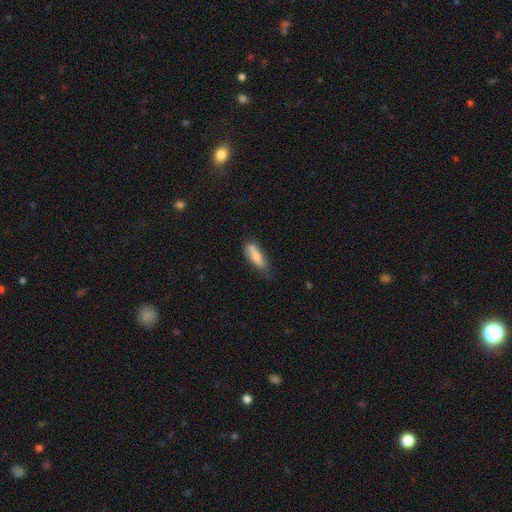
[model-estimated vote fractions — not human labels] Smooth or featured?
  - smooth: 69% *
  - featured or disk: 24%
  - star or artifact: 7%
How rounded?
  - in between: 53% *
  - cigar-shaped: 45%
  - round: 2%
Merging?
  - none: 55% *
  - minor disturbance: 32%
  - major disturbance: 9%
  - merger: 4%